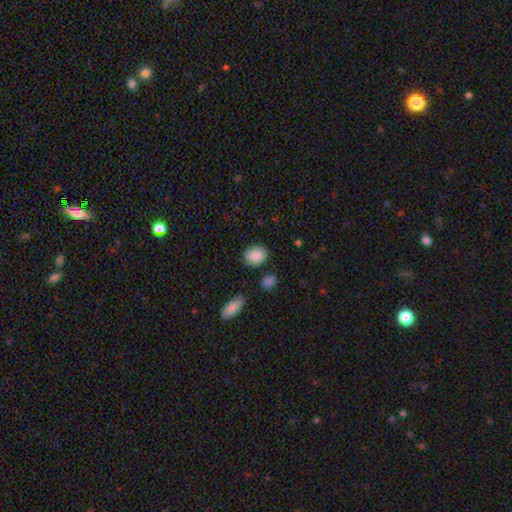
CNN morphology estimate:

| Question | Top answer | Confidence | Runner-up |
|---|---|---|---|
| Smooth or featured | smooth | 88% | star or artifact (7%) |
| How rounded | in between | 56% | round (43%) |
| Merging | none | 81% | minor disturbance (12%) |